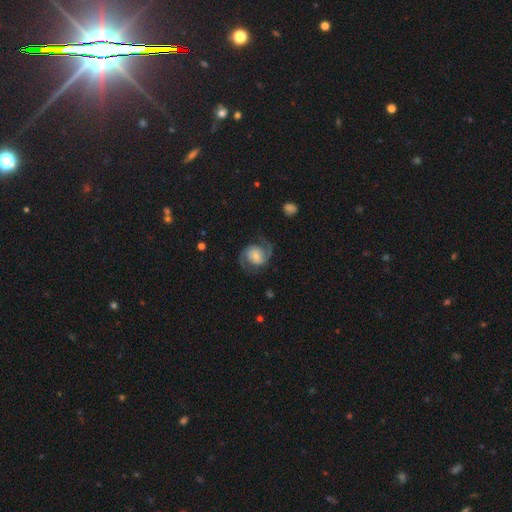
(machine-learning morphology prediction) smooth_or_featured: featured or disk (p=0.83) [alt: smooth p=0.11]
disk_edge_on: no (p=0.98) [alt: yes p=0.02]
bar: no (p=0.51) [alt: weak p=0.37]
has_spiral_arms: yes (p=0.96) [alt: no p=0.04]
spiral_winding: medium (p=0.53) [alt: loose p=0.25]
spiral_arm_count: 2 (p=0.93) [alt: can't tell p=0.03]
bulge_size: small (p=0.48) [alt: moderate p=0.31]
merging: none (p=0.75) [alt: minor disturbance p=0.14]